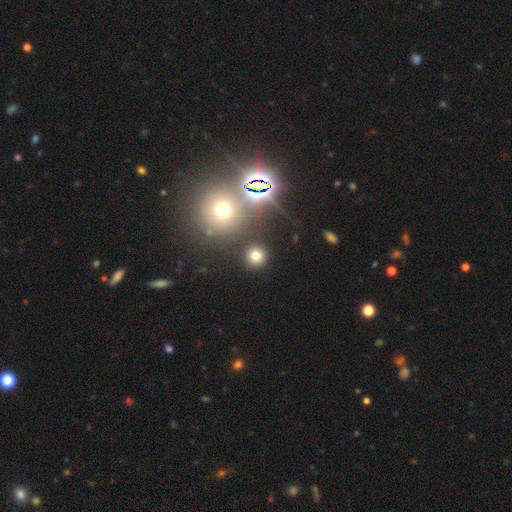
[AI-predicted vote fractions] A smooth galaxy with no disk features (71%) that is round (93%). Merging: none (87%).